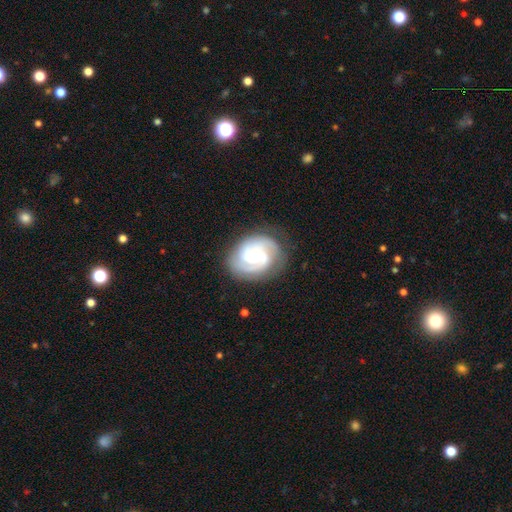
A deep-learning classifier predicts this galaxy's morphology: This appears to be a featured or disk galaxy (86%) with a weak bar (50%), 2 (55%) tight (50%) spiral arms (97%) and a moderate central bulge (58%). Merging: none (80%).